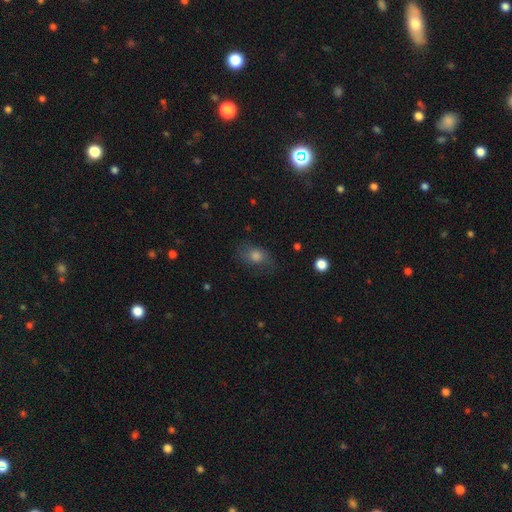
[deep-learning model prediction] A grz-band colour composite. It shows a smooth galaxy with no disk features (62%) that is in between round and cigar-shaped (65%). Merging: none (71%).